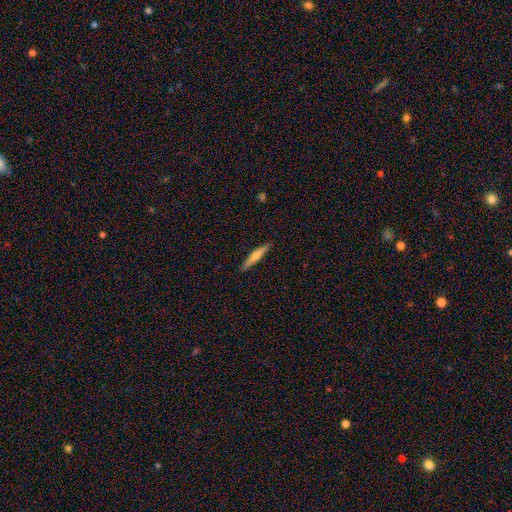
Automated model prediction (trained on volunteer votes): smooth_or_featured: featured or disk (p=0.48) [alt: smooth p=0.46]
merging: none (p=0.90) [alt: minor disturbance p=0.08]